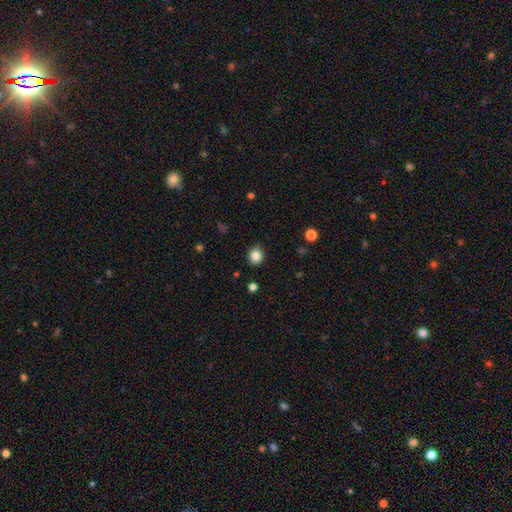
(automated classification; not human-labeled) This appears to be a smooth galaxy with no disk features (84%) that is round (81%). Merging: none (86%).